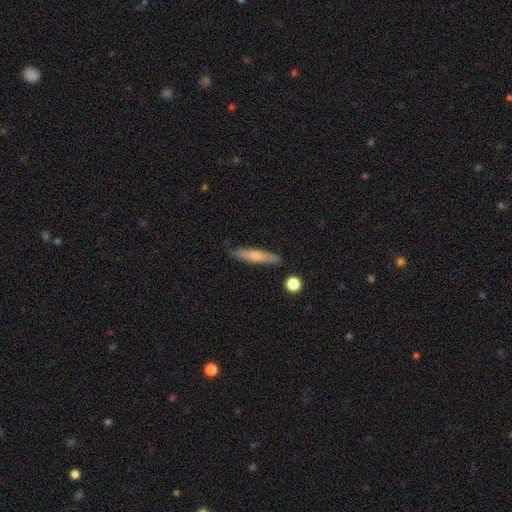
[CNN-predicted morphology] The model was most divided on "smooth or featured": smooth: 60%, featured or disk: 34%, star or artifact: 6%. More confident: how rounded — cigar-shaped (87%); merging — none (79%).